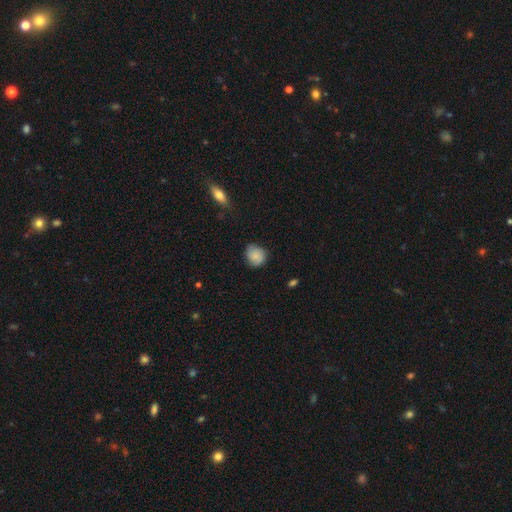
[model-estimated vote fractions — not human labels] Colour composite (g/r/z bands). It shows a smooth galaxy with no disk features (75%) that is round (72%). Merging: none (72%).